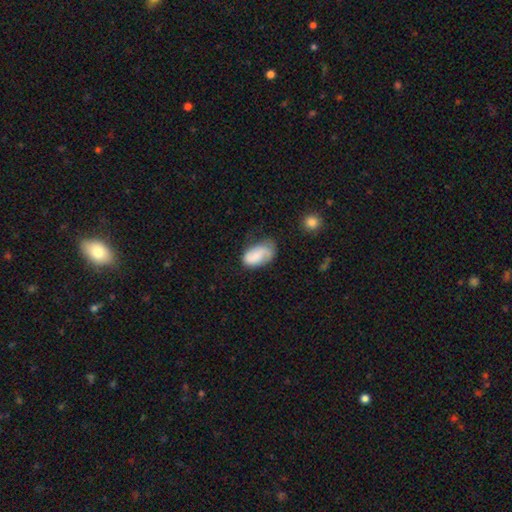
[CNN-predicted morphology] Smooth or featured: smooth — 69% (featured or disk — 24%)
How rounded: in between — 93% (round — 5%)
Merging: none — 48% (minor disturbance — 34%)